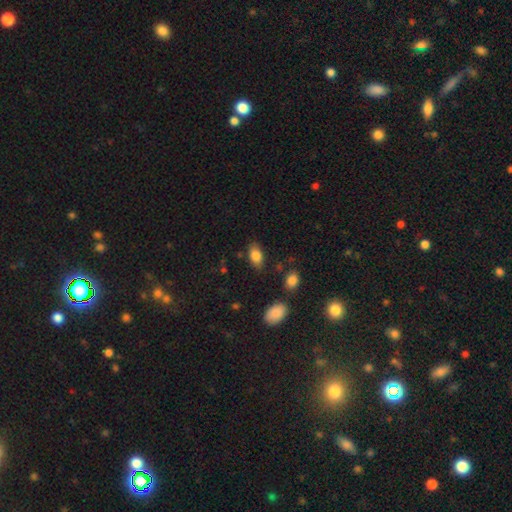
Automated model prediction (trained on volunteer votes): smooth-or-featured: smooth: 84% | featured or disk: 8% | star or artifact: 8%
  how-rounded: in between: 90% | round: 6% | cigar-shaped: 4%
  merging: none: 81% | minor disturbance: 13% | major disturbance: 3% | merger: 2%